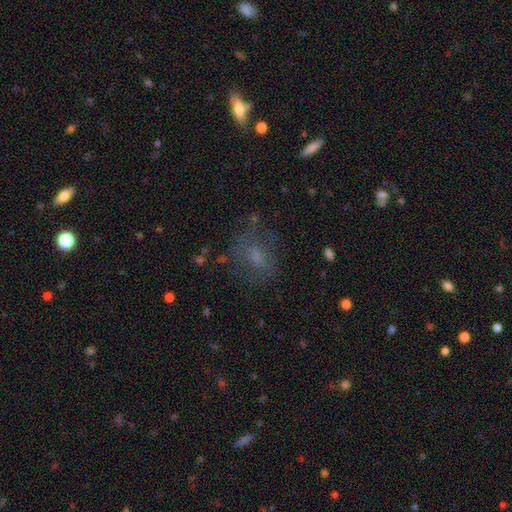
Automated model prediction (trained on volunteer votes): A smooth galaxy with no disk features (49%).

Vote fractions:
- Smooth or featured? smooth: 49% / featured or disk: 30% / star or artifact: 20%
- Merging? none: 64% / minor disturbance: 18% / major disturbance: 16% / merger: 2%